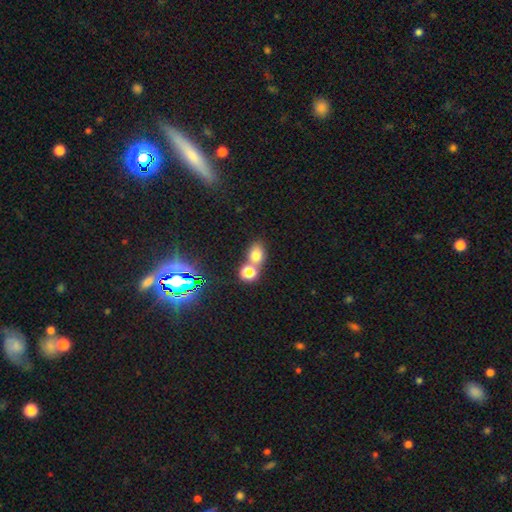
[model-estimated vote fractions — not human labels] This appears to be a smooth galaxy with no disk features (71%) that is round (50%). Merging: merger (46%).